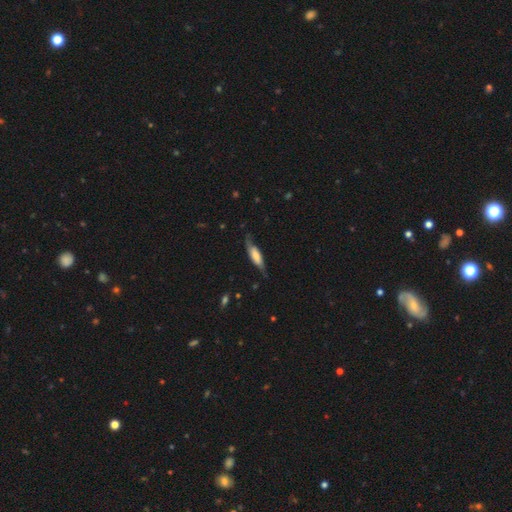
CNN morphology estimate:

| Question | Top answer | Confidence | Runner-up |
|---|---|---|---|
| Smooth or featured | smooth | 52% | featured or disk (42%) |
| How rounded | cigar-shaped | 54% | in between (44%) |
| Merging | none | 63% | minor disturbance (27%) |